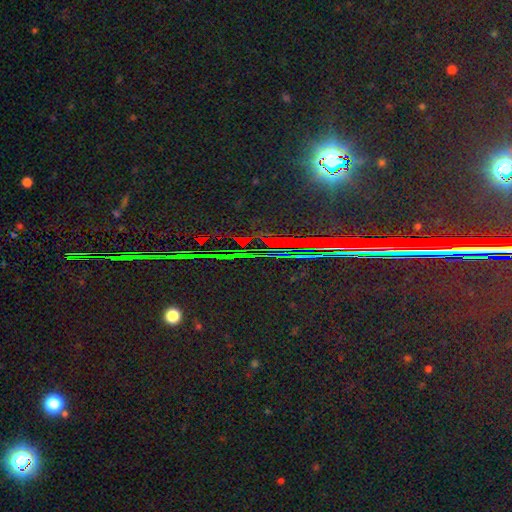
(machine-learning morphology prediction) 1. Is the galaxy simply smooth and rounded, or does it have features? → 87% star or artifact, 7% smooth, 6% featured or disk.